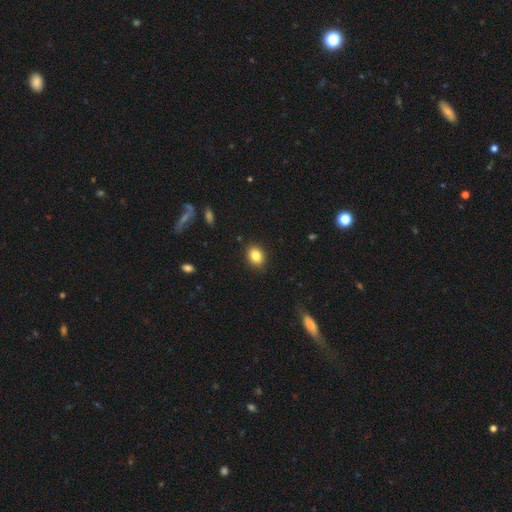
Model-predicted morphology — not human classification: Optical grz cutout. It shows a smooth galaxy with no disk features (83%) that is in between round and cigar-shaped (54%). Merging: none (87%).